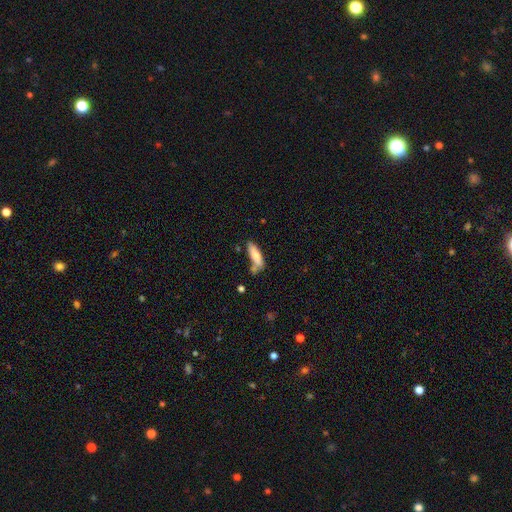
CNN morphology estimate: Smooth or featured? Predicted: smooth (p=0.73). How rounded? Predicted: cigar-shaped (p=0.56). Merging? Predicted: none (p=0.52).